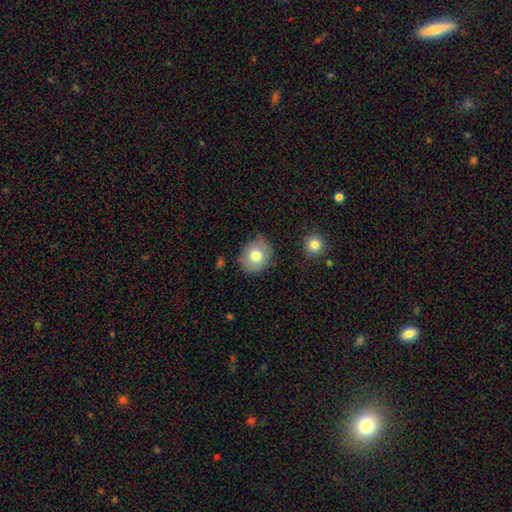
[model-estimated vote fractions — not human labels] Smooth or featured? smooth (76%)
How rounded? round (73%)
Merging? none (76%)